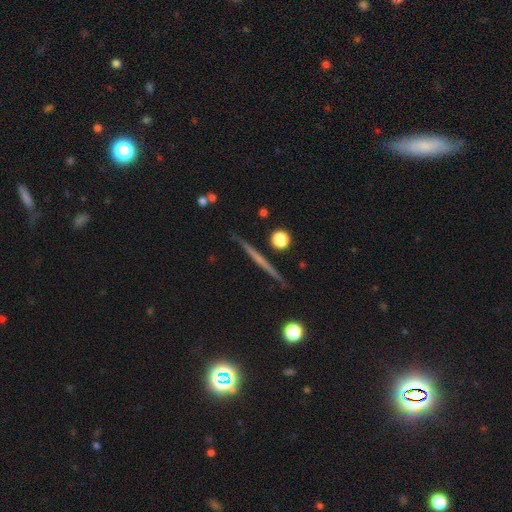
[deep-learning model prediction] Morphology: type=featured or disk (62%); edge-on=yes (98%); edge-on bulge=none (84%); merging=none (90%).